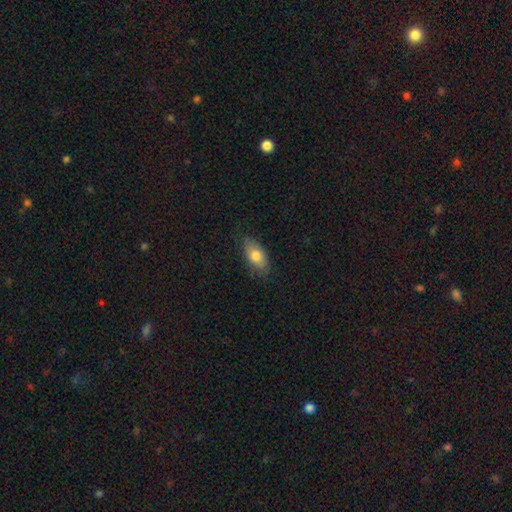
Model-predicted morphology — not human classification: Q: Smooth or featured?
A: smooth (76%); runner-up: featured or disk (17%)
Q: How rounded?
A: in between (89%); runner-up: cigar-shaped (6%)
Q: Merging?
A: none (76%); runner-up: minor disturbance (19%)